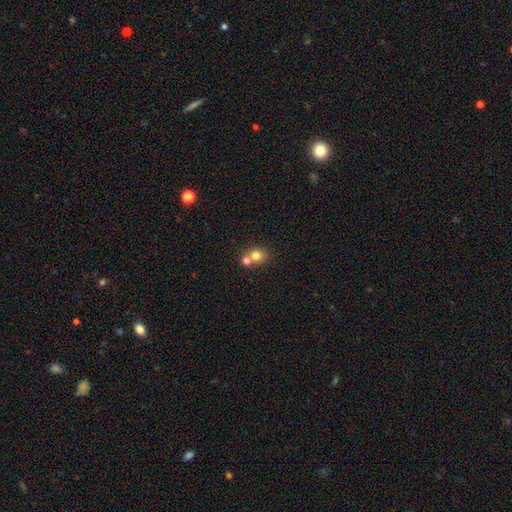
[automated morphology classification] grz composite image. It shows a smooth galaxy with no disk features (77%) that is round (79%). Merging: merger (46%, tied with none).